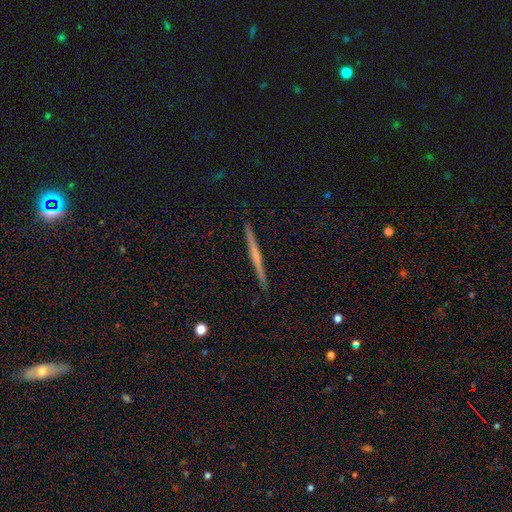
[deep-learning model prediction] This is likely a featured or disk galaxy (61%). It is clearly viewed edge-on (98%). Edge-on bulge: likely none (69%). Merging: clearly none (92%).